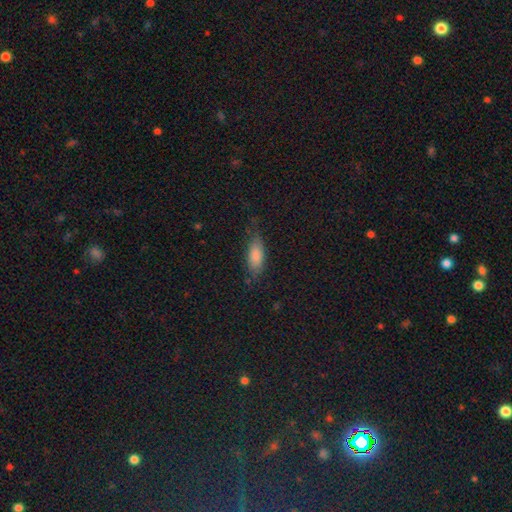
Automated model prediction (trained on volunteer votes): smooth_or_featured: smooth (p=0.81) [alt: featured or disk p=0.12]
how_rounded: in between (p=0.78) [alt: cigar-shaped p=0.20]
merging: none (p=0.67) [alt: minor disturbance p=0.24]